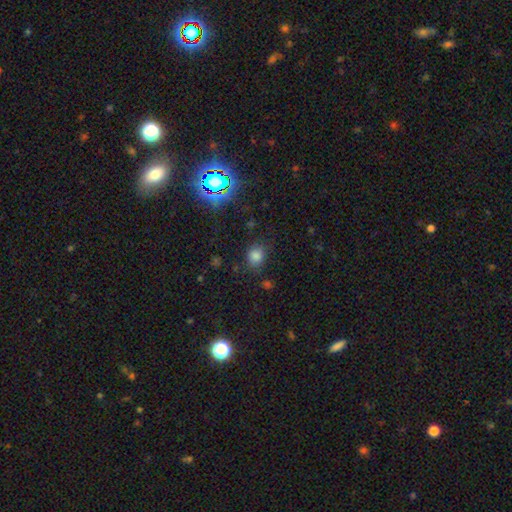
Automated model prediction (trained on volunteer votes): Morphology: type=smooth (76%); roundness=round (62%); merging=none (75%).